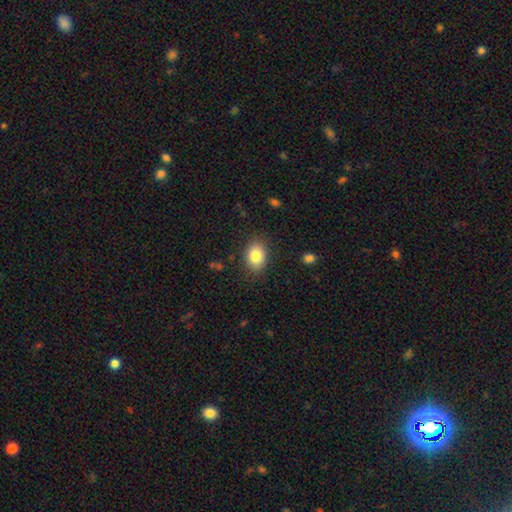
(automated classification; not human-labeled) Smooth or featured?
  - smooth: 83% *
  - featured or disk: 9%
  - star or artifact: 8%
How rounded?
  - in between: 71% *
  - round: 28%
  - cigar-shaped: 1%
Merging?
  - none: 85% *
  - minor disturbance: 10%
  - major disturbance: 3%
  - merger: 1%